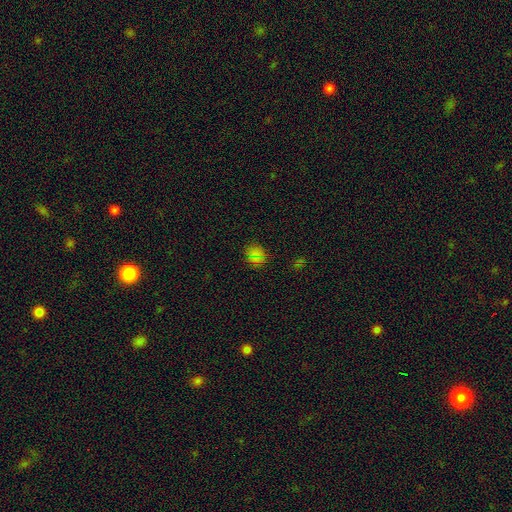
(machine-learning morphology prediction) type=smooth (68%); roundness=round (82%); merging=none (87%).